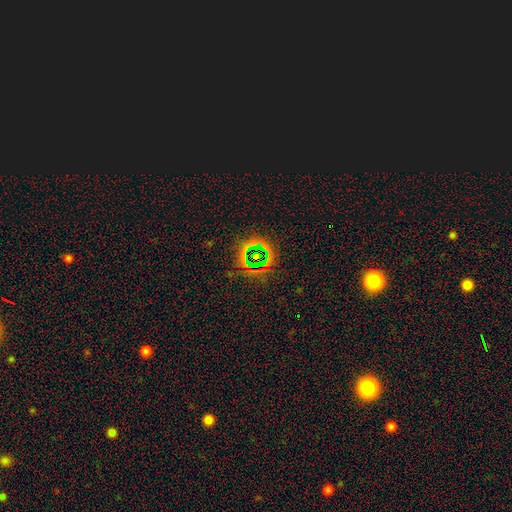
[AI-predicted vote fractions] smooth_or_featured: star or artifact (p=0.69) [alt: smooth p=0.18]